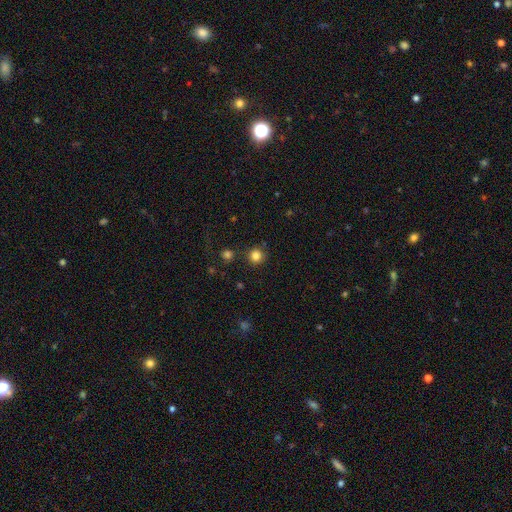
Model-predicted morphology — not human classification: A smooth galaxy with no disk features (82%) that is round (94%).

Vote fractions:
- Smooth or featured? smooth: 82% / star or artifact: 13% / featured or disk: 5%
- How rounded? round: 94% / in between: 5% / cigar-shaped: 1%
- Merging? none: 88% / minor disturbance: 7% / merger: 3% / major disturbance: 2%